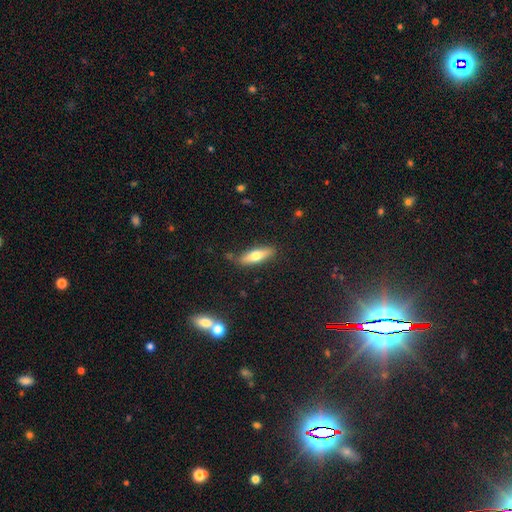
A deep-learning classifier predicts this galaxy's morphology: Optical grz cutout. It shows a smooth galaxy with no disk features (64%) that is cigar-shaped (55%). Merging: none (83%).